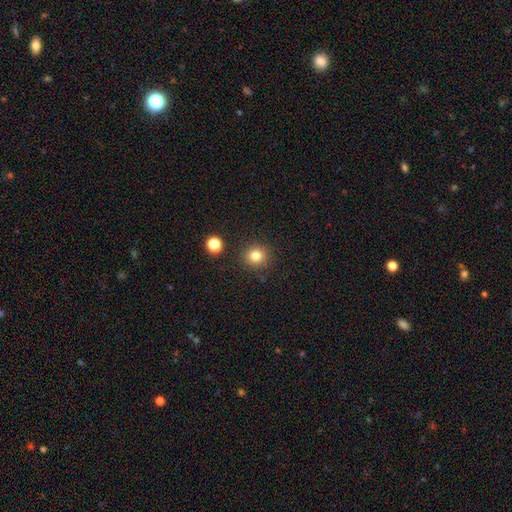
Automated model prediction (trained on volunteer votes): A smooth galaxy with no disk features (80%) that is round (92%).

Vote fractions:
- Smooth or featured? smooth: 80% / star or artifact: 13% / featured or disk: 6%
- How rounded? round: 92% / in between: 8% / cigar-shaped: 1%
- Merging? none: 87% / minor disturbance: 7% / merger: 3% / major disturbance: 3%